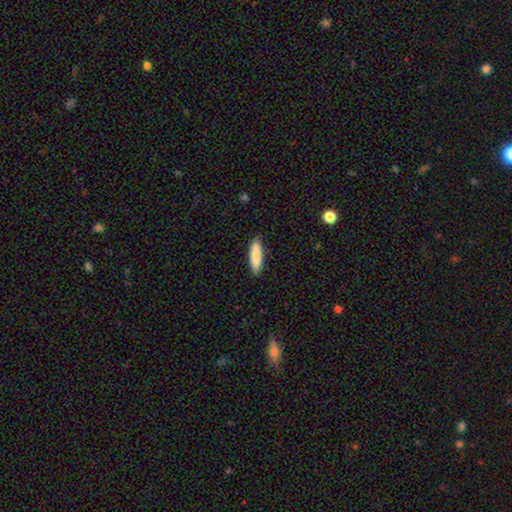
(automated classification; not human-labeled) Smooth or featured: smooth — 87% (featured or disk — 7%)
How rounded: cigar-shaped — 73% (in between — 26%)
Merging: none — 88% (minor disturbance — 9%)